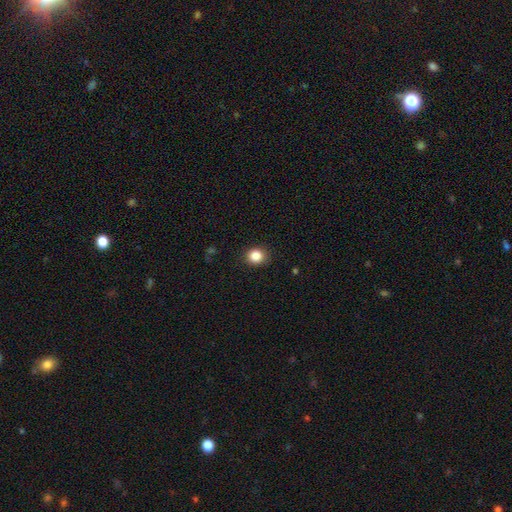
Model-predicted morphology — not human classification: Smooth or featured?
  - smooth: 86% *
  - star or artifact: 10%
  - featured or disk: 4%
How rounded?
  - round: 79% *
  - in between: 21%
  - cigar-shaped: 1%
Merging?
  - none: 89% *
  - minor disturbance: 8%
  - major disturbance: 2%
  - merger: 1%